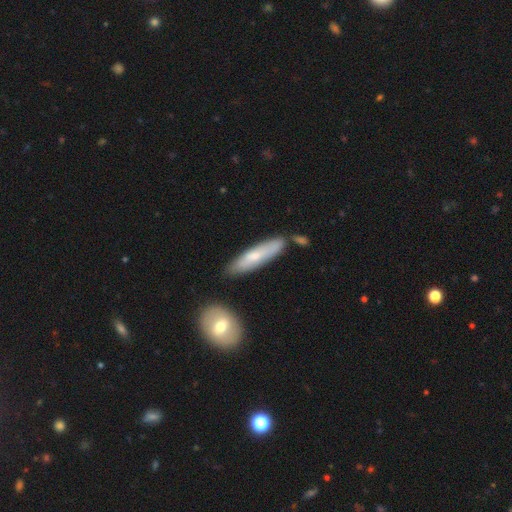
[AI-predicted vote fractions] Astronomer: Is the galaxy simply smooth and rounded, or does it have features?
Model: smooth — 61%.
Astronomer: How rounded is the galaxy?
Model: cigar-shaped — 76%.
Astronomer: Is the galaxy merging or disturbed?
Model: none — 75%.